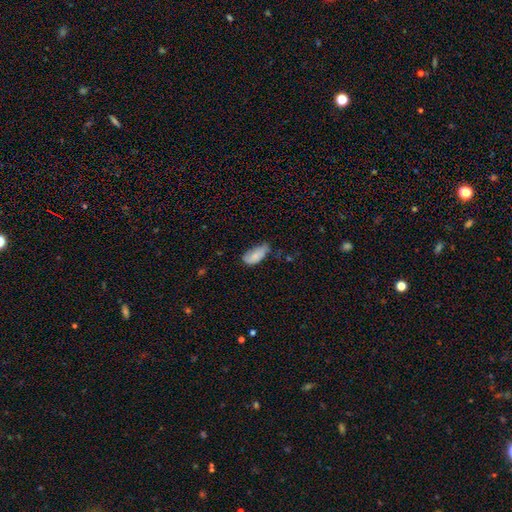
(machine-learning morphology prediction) This is likely a smooth galaxy (78%). How rounded: clearly in between (91%). Merging: possibly minor disturbance (46%).